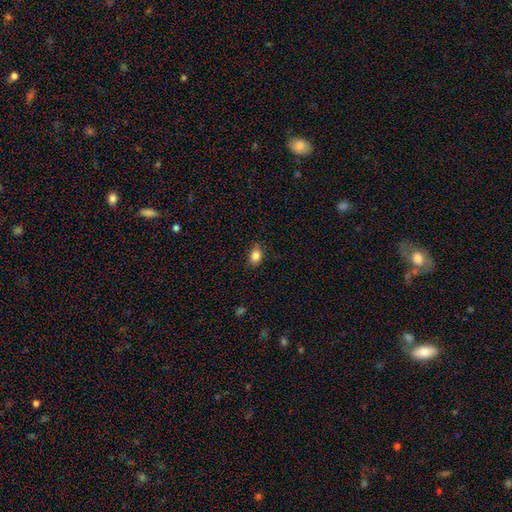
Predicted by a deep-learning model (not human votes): This is clearly a smooth galaxy (84%). How rounded: likely in between (67%). Merging: clearly none (82%).